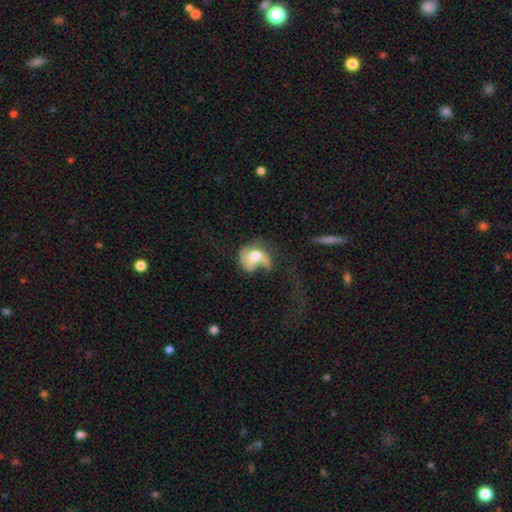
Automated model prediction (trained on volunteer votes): Smooth or featured? Predicted: smooth (p=0.49). Merging? Predicted: major disturbance (p=0.50).